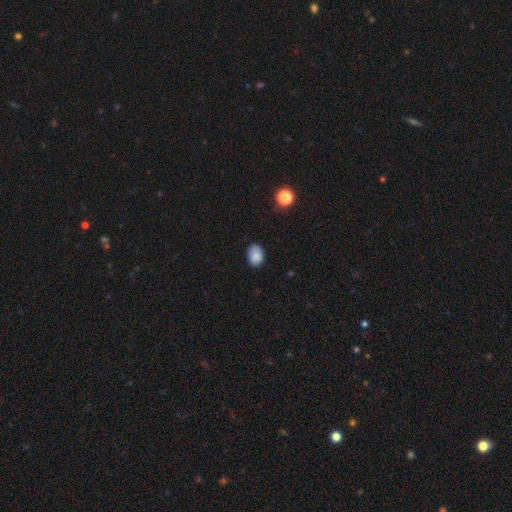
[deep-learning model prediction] smooth-or-featured: smooth: 87% | star or artifact: 9% | featured or disk: 4%
  how-rounded: in between: 71% | round: 28% | cigar-shaped: 1%
  merging: none: 80% | minor disturbance: 16% | major disturbance: 3% | merger: 1%